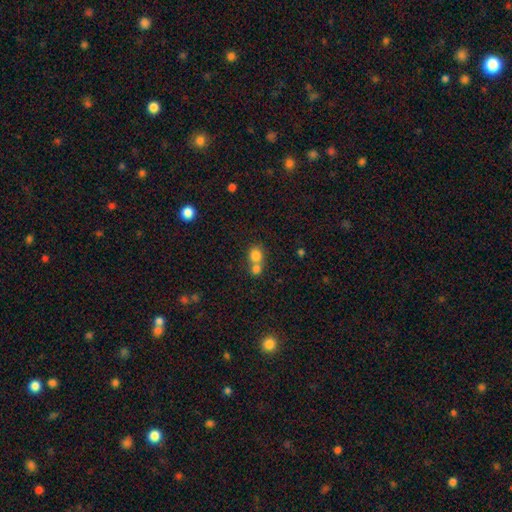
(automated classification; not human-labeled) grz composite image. It shows a smooth galaxy with no disk features (80%) that is round (79%). Merging: merger (58%).